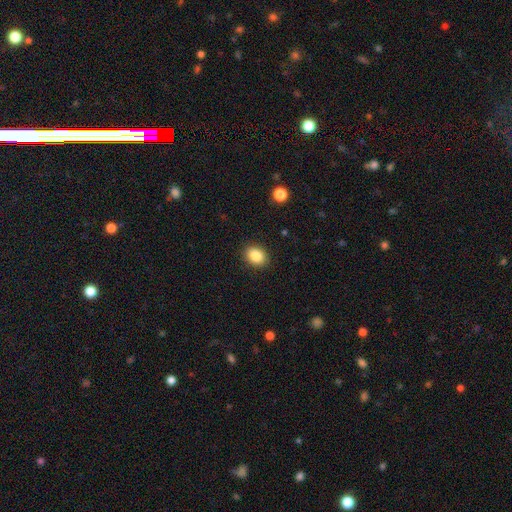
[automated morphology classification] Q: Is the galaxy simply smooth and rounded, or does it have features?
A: smooth — 87%.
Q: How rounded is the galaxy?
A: in between — 64%.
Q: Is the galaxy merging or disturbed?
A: none — 89%.